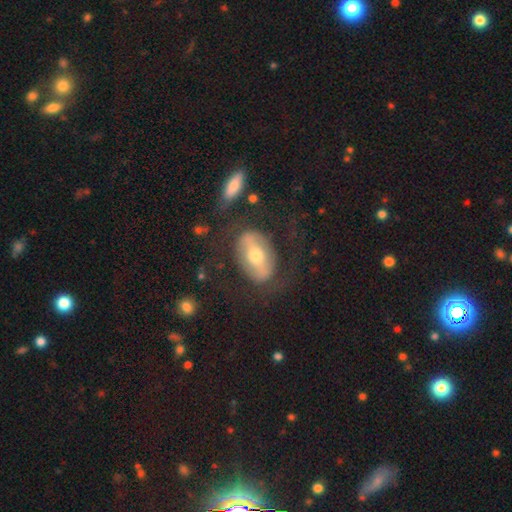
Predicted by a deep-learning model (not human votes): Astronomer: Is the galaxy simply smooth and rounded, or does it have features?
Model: featured or disk — 61%.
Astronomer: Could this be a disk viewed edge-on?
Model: no — 86%.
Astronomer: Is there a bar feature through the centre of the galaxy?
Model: strong — 58%.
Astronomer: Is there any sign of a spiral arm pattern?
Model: no — 63%.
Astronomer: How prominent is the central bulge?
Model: moderate — 64%.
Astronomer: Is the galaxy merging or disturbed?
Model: none — 69%.